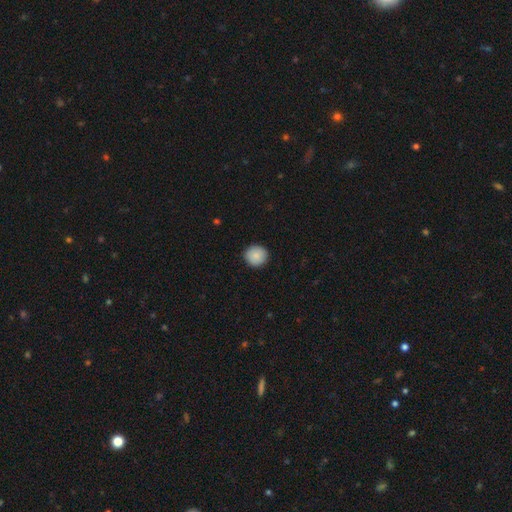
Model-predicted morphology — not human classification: Smooth or featured: smooth — 87% (star or artifact — 7%)
How rounded: round — 94% (in between — 5%)
Merging: none — 91% (minor disturbance — 6%)